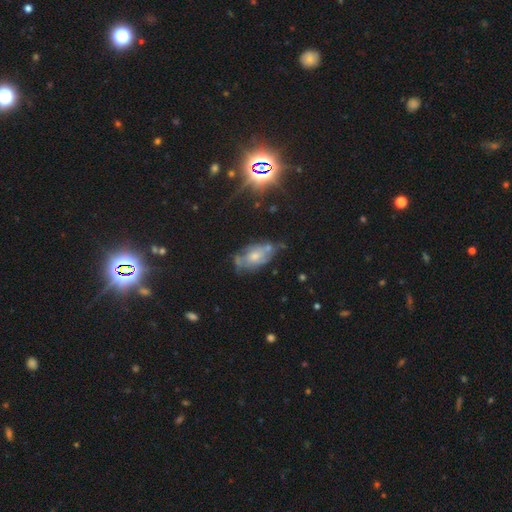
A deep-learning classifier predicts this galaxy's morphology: Overall: featured or disk (54%; smooth 32%). Edge-on disk: no (90%). Merging: none (48%; minor disturbance 30%).